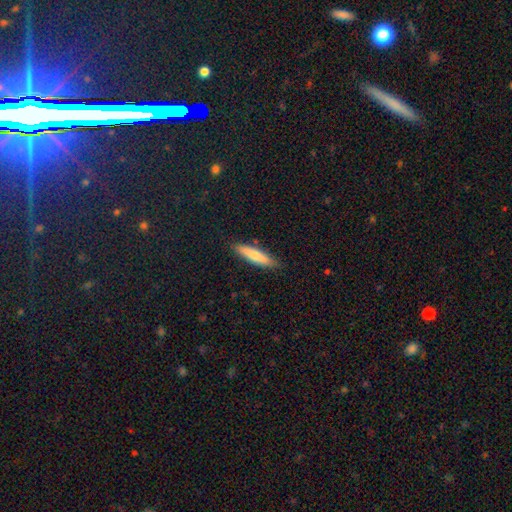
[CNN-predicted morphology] Overall: smooth (73%). How rounded: cigar-shaped (79%). Merging: none (86%).